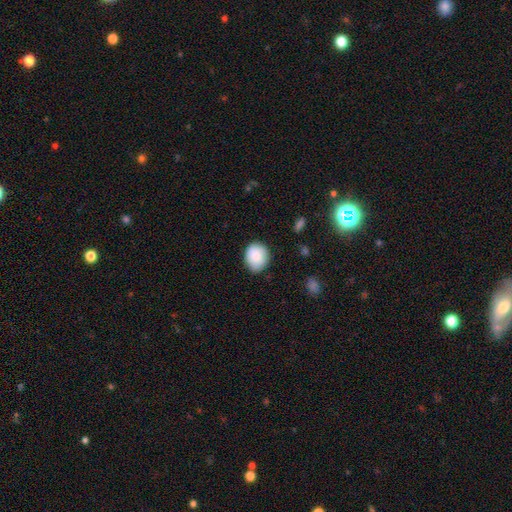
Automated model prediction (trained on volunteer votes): A smooth galaxy with no disk features (84%) that is round (64%).

Vote fractions:
- Smooth or featured? smooth: 84% / featured or disk: 8% / star or artifact: 7%
- How rounded? round: 64% / in between: 35% / cigar-shaped: 1%
- Merging? none: 82% / minor disturbance: 15% / major disturbance: 3% / merger: 1%